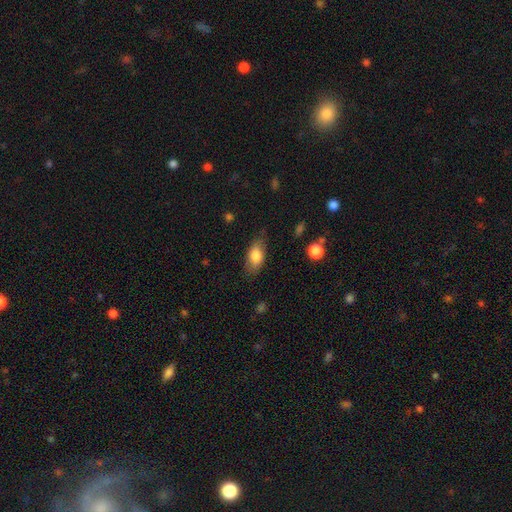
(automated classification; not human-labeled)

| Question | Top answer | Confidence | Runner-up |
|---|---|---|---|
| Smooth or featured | smooth | 79% | featured or disk (14%) |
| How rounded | in between | 88% | cigar-shaped (7%) |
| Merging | none | 74% | minor disturbance (19%) |